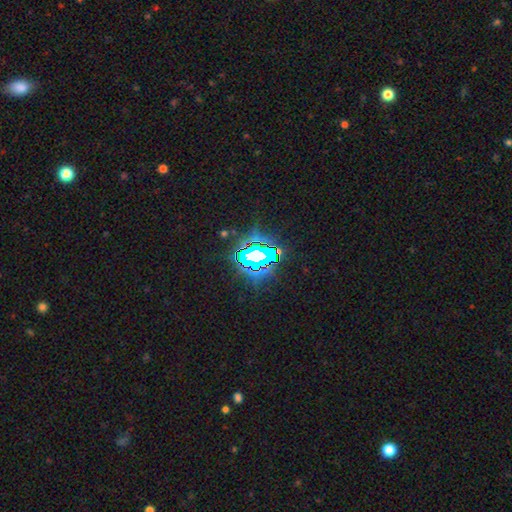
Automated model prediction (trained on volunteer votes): A star or artifact, not a galaxy (73%).